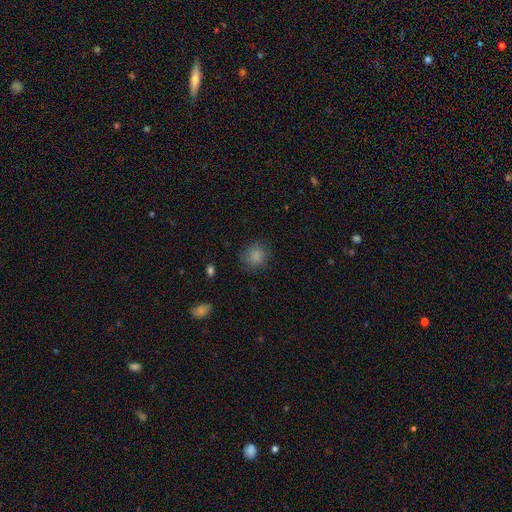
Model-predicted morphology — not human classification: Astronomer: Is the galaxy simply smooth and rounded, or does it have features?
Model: smooth — 85%.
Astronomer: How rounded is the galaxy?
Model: round — 86%.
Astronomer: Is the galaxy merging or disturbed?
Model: none — 84%.